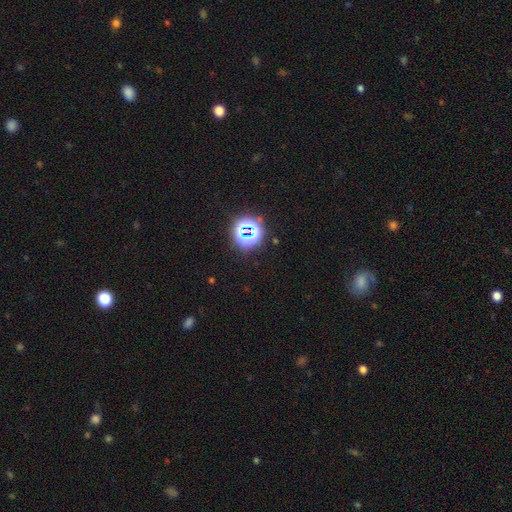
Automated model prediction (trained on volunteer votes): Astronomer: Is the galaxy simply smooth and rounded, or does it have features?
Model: star or artifact — 74%.